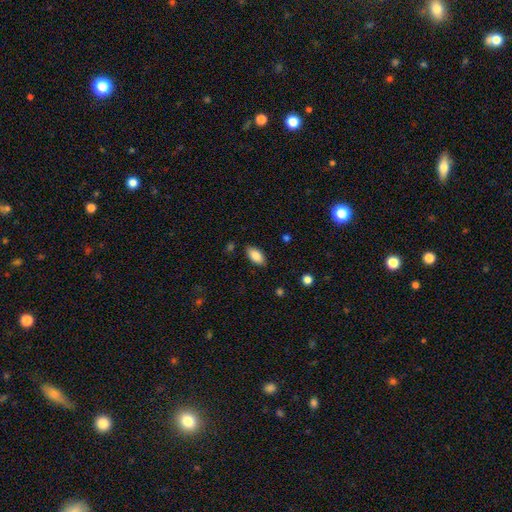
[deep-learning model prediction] smooth_or_featured: smooth (p=0.85) [alt: featured or disk p=0.08]
how_rounded: in between (p=0.93) [alt: cigar-shaped p=0.04]
merging: none (p=0.86) [alt: minor disturbance p=0.10]